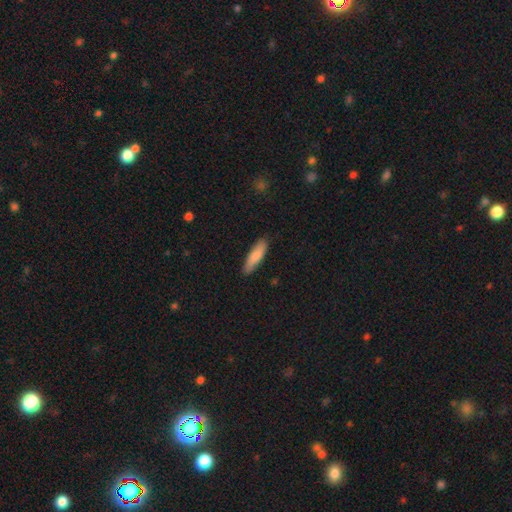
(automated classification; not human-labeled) smooth 84%, featured or disk 11%, star or artifact 5%. Down the decision tree: how rounded — cigar-shaped (63%); merging — none (85%).